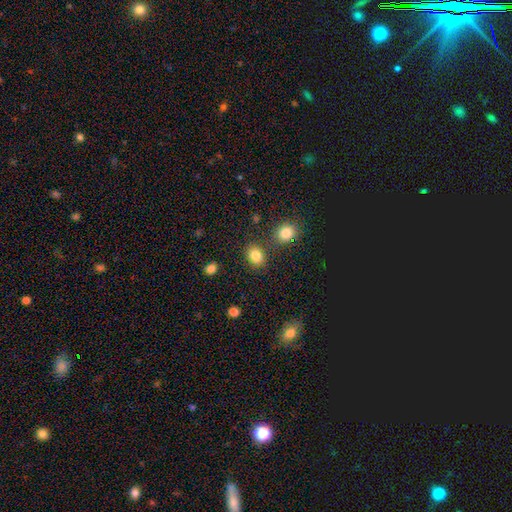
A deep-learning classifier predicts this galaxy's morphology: smooth_or_featured: smooth (p=0.85) [alt: star or artifact p=0.10]
how_rounded: round (p=0.54) [alt: in between p=0.45]
merging: none (p=0.79) [alt: minor disturbance p=0.09]